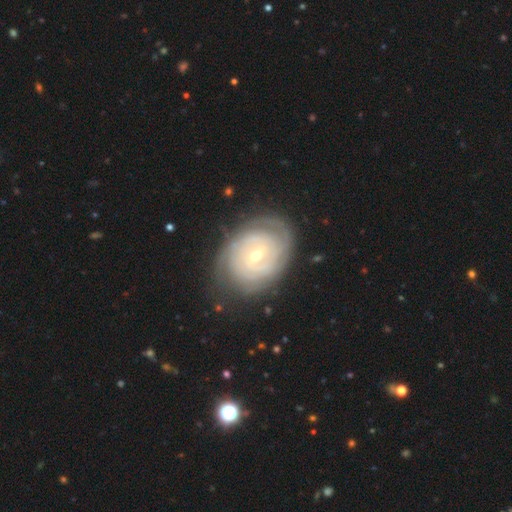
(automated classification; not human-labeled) Smooth or featured: featured or disk — 85% (smooth — 10%)
Edge-on disk: no — 97% (yes — 3%)
Bar: weak — 51% (no — 34%)
Spiral arms: yes — 95% (no — 5%)
Spiral winding: tight — 81% (medium — 15%)
Spiral arm count: can't tell — 40% (2 — 24%)
Bulge size: small — 56% (moderate — 41%)
Merging: none — 78% (minor disturbance — 16%)